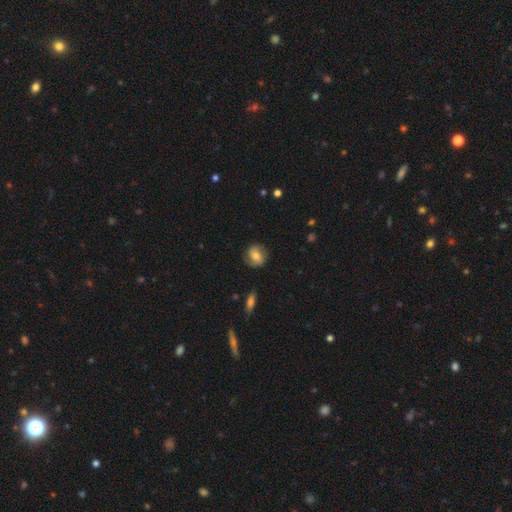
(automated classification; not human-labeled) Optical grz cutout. It shows a smooth galaxy with no disk features (51%) that is round (75%). Merging: none (80%).